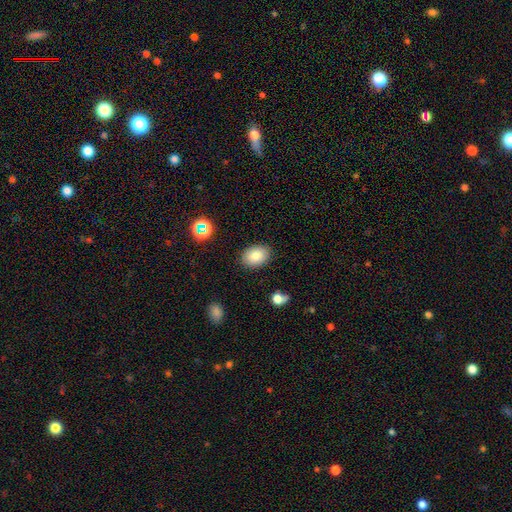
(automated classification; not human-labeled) Q: Smooth or featured?
A: smooth (85%); runner-up: star or artifact (9%)
Q: How rounded?
A: in between (80%); runner-up: round (20%)
Q: Merging?
A: none (87%); runner-up: minor disturbance (9%)